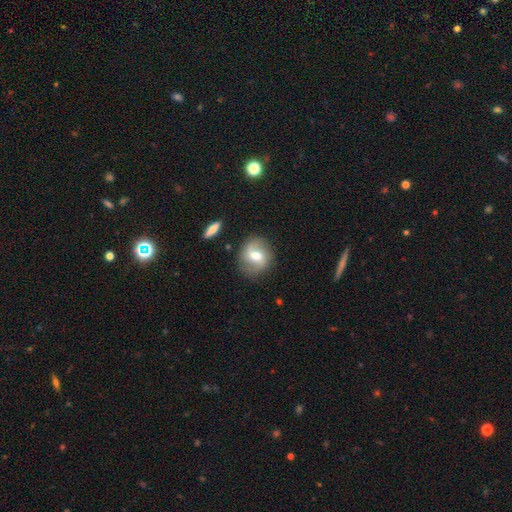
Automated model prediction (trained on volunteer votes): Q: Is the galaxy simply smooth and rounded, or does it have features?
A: featured or disk — 56%.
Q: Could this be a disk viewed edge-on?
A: no — 95%.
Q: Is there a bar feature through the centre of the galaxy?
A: weak — 52%.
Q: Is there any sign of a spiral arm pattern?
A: yes — 81%.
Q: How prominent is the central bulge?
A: moderate — 69%.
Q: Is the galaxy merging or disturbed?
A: none — 79%.